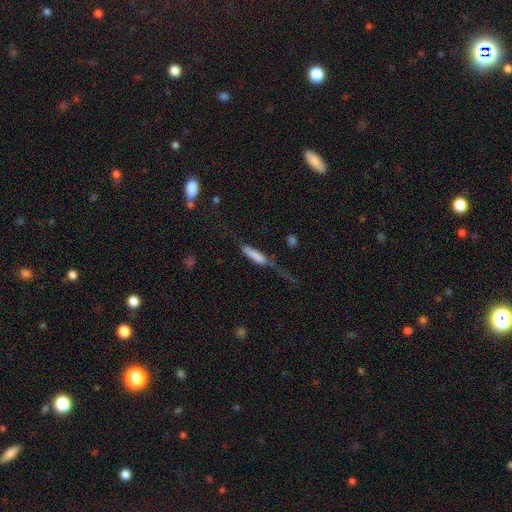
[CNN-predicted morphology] Smooth or featured? Predicted: smooth (p=0.72). How rounded? Predicted: cigar-shaped (p=0.71). Merging? Predicted: major disturbance (p=0.37).